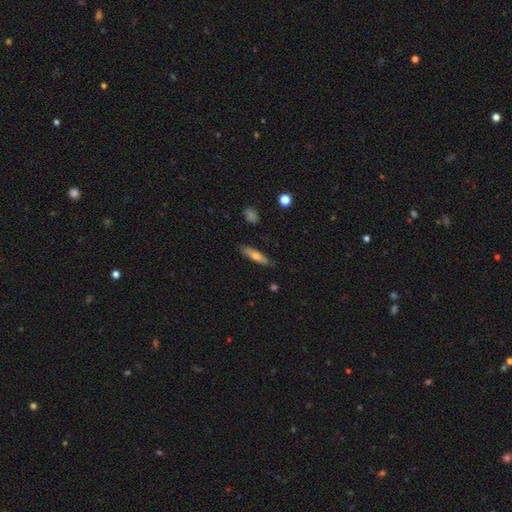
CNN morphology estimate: A smooth galaxy with no disk features (64%) that is cigar-shaped (74%). Merging: none (85%).